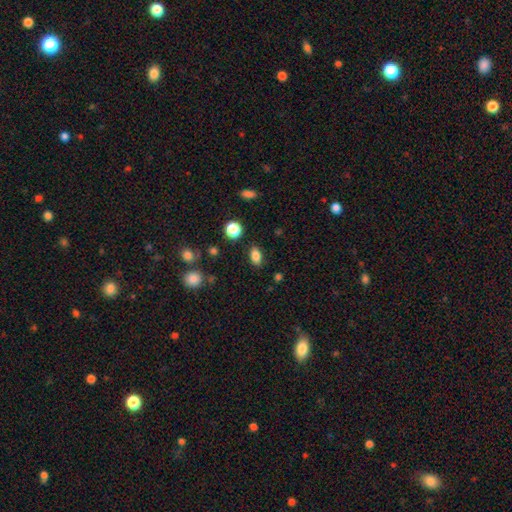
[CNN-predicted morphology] Overall: smooth (83%). How rounded: in between (85%). Merging: none (86%).